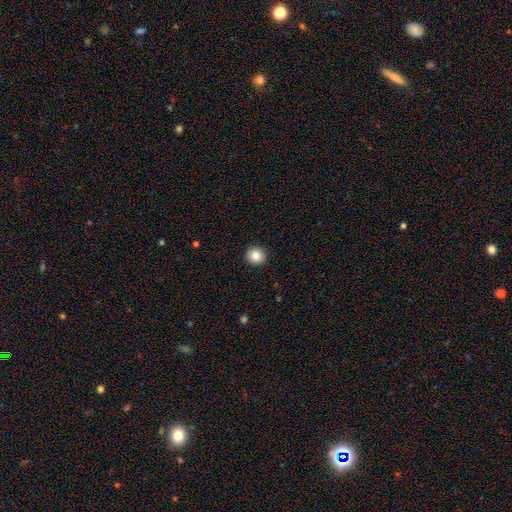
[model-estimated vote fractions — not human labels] smooth_or_featured: smooth (p=0.86) [alt: star or artifact p=0.09]
how_rounded: round (p=0.89) [alt: in between p=0.10]
merging: none (p=0.92) [alt: minor disturbance p=0.06]